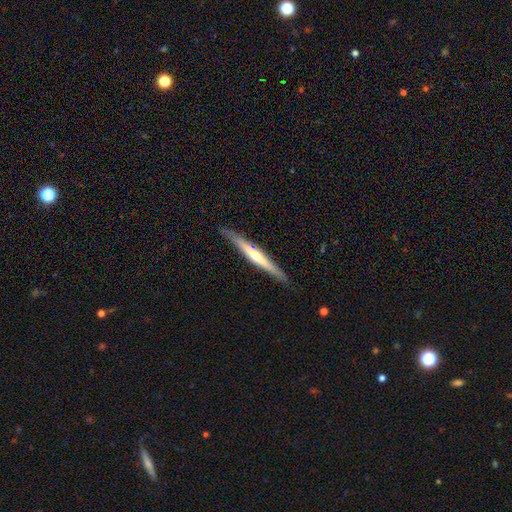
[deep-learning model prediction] This is likely a featured or disk galaxy (64%). It is clearly viewed edge-on (97%). Edge-on bulge: likely rounded (61%). Merging: clearly none (88%).